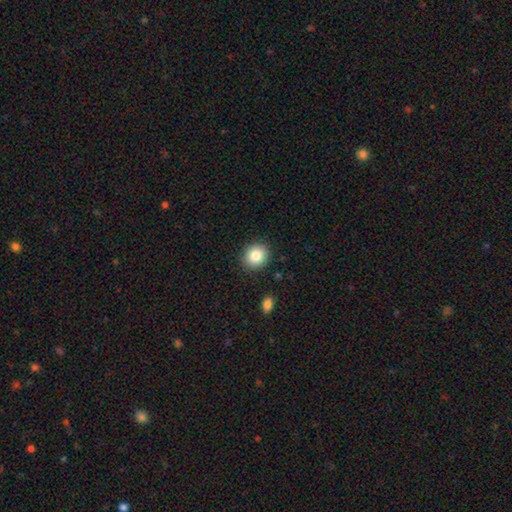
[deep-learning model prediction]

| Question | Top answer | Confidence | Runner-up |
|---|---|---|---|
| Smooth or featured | smooth | 84% | star or artifact (9%) |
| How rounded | round | 80% | in between (19%) |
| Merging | none | 90% | minor disturbance (7%) |